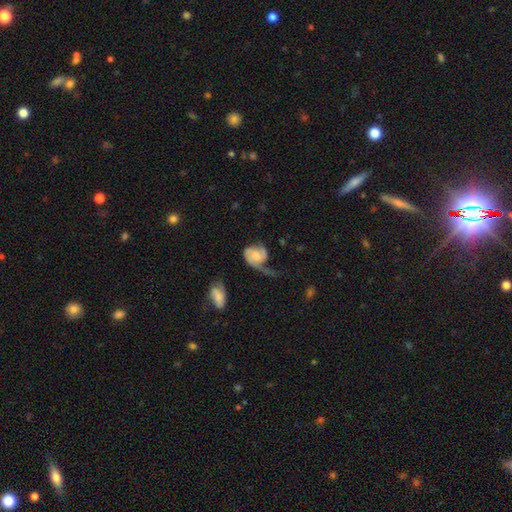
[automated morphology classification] Overall: featured or disk (64%; smooth 30%). Edge-on disk: no (97%). Bar: no (69%). Spiral arms: yes (89%). Spiral arm count: 1 (46%; 2 43%). Spiral winding: medium (36%, tied with loose). Bulge size: moderate (38%; small 25%). Merging: major disturbance (45%; none 26%).